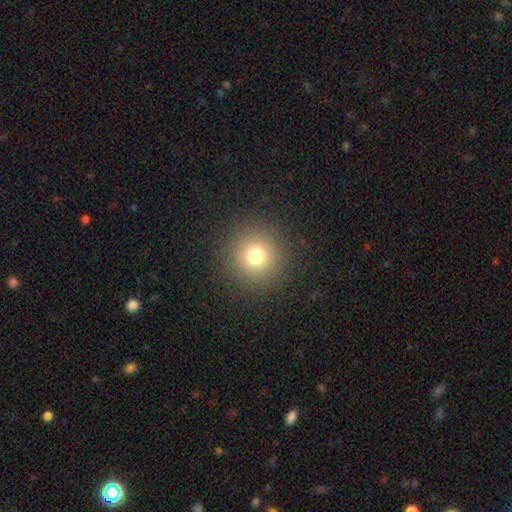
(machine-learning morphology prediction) This is likely a smooth galaxy (75%). How rounded: clearly round (95%). Merging: clearly none (90%).